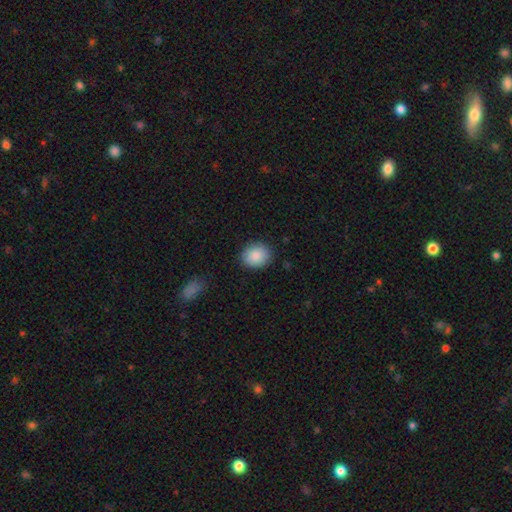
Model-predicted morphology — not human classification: Smooth or featured: smooth — 88% (star or artifact — 7%)
How rounded: round — 64% (in between — 35%)
Merging: none — 87% (minor disturbance — 10%)